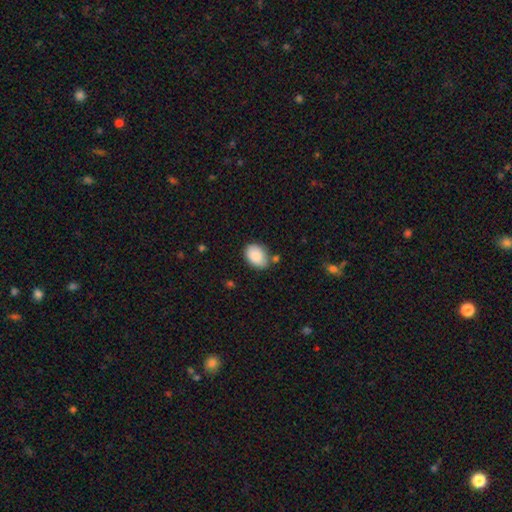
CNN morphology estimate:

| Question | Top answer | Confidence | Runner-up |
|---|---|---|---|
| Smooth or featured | smooth | 87% | star or artifact (7%) |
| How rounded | in between | 82% | round (17%) |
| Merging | none | 71% | minor disturbance (19%) |